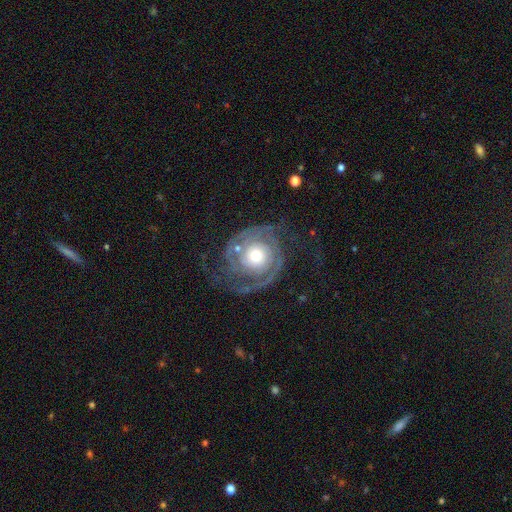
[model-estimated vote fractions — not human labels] smooth_or_featured: featured or disk (p=0.88) [alt: smooth p=0.08]
disk_edge_on: no (p=0.98) [alt: yes p=0.02]
bar: no (p=0.80) [alt: weak p=0.15]
has_spiral_arms: yes (p=0.96) [alt: no p=0.04]
spiral_winding: tight (p=0.62) [alt: medium p=0.29]
spiral_arm_count: 2 (p=0.67) [alt: can't tell p=0.11]
bulge_size: moderate (p=0.65) [alt: small p=0.20]
merging: none (p=0.66) [alt: minor disturbance p=0.16]